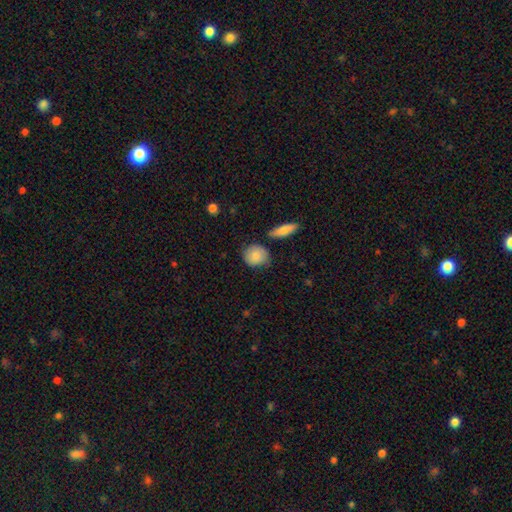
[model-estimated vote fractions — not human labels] Morphology: type=smooth (83%); roundness=round (77%); merging=none (70%).